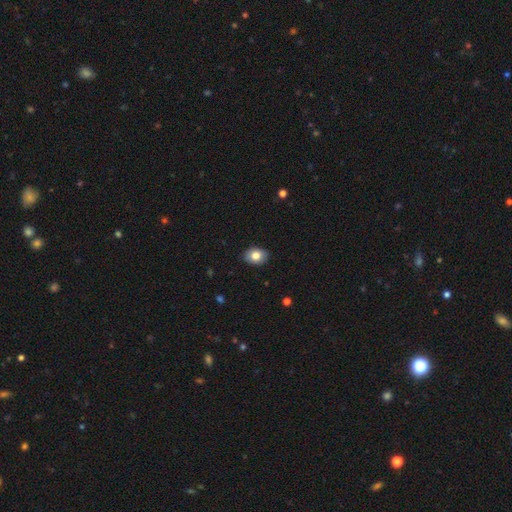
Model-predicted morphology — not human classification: Smooth or featured? smooth (79%)
How rounded? in between (71%)
Merging? none (88%)